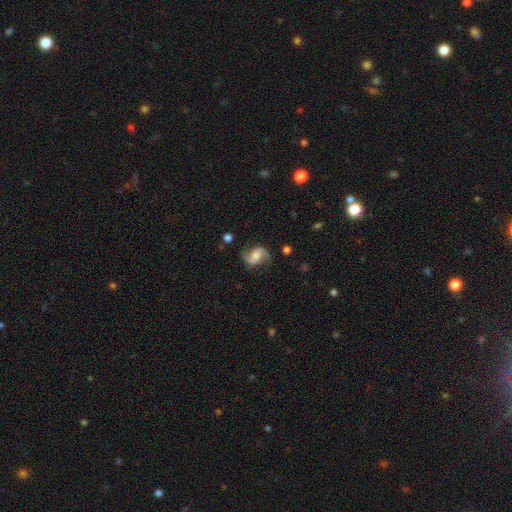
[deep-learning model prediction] This appears to be a featured or disk galaxy (77%) with no bar (42%), 2 (91%) loose (61%) spiral arms (95%) and a moderate central bulge (48%). Merging: none (74%).